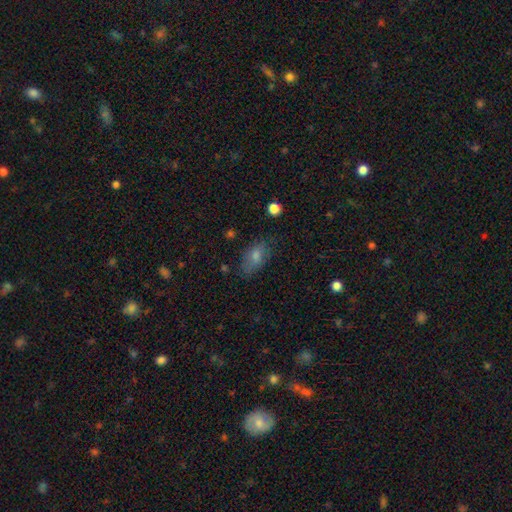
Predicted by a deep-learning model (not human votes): Smooth or featured? Predicted: smooth (p=0.68). How rounded? Predicted: in between (p=0.86). Merging? Predicted: none (p=0.74).